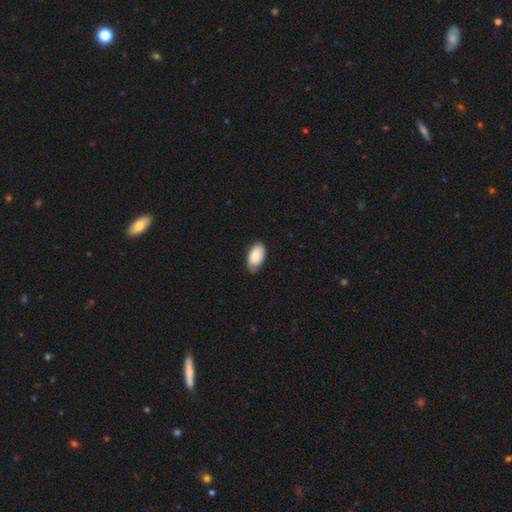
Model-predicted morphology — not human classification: A smooth galaxy with no disk features (83%) that is in between round and cigar-shaped (95%). Merging: none (67%).